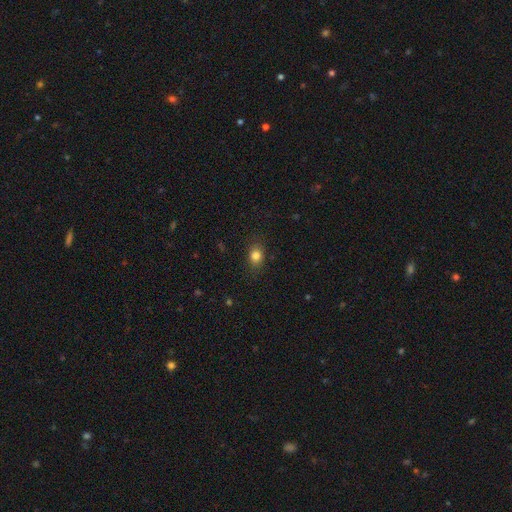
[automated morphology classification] Q: Smooth or featured?
A: smooth (82%); runner-up: star or artifact (11%)
Q: How rounded?
A: in between (60%); runner-up: round (38%)
Q: Merging?
A: none (84%); runner-up: minor disturbance (12%)